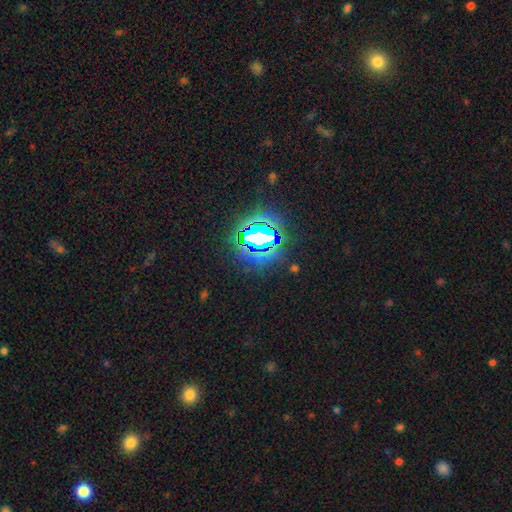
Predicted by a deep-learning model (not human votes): The model was most divided on "smooth or featured": star or artifact: 82%, smooth: 12%, featured or disk: 6%.